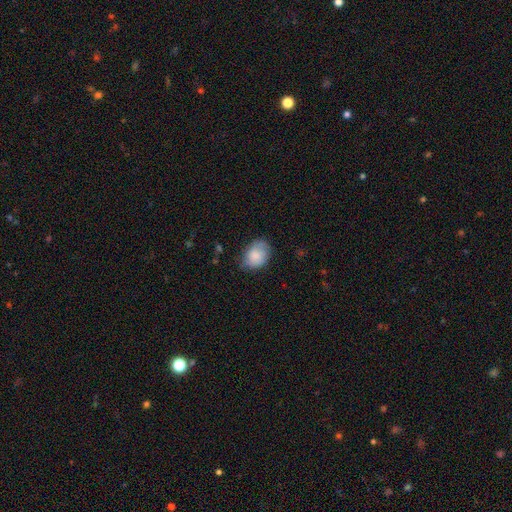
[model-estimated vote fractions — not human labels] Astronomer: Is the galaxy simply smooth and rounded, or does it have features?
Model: smooth — 80%.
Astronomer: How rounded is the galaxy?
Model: in between — 66%.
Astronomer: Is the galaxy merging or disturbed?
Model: none — 64%.